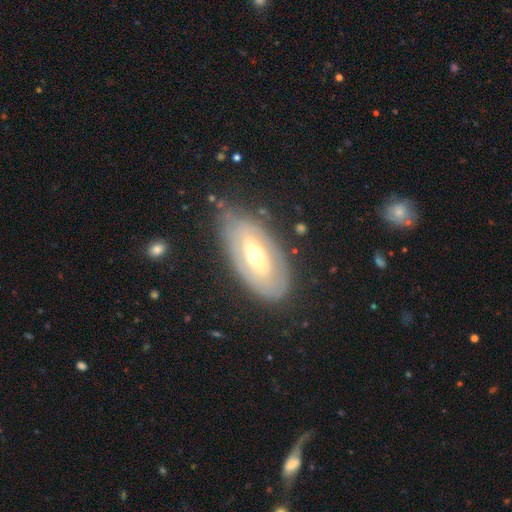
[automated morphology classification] This appears to be a featured or disk galaxy (67%) with no bar (48%), spiral arms (52%) and a moderate central bulge (65%). Merging: none (74%).